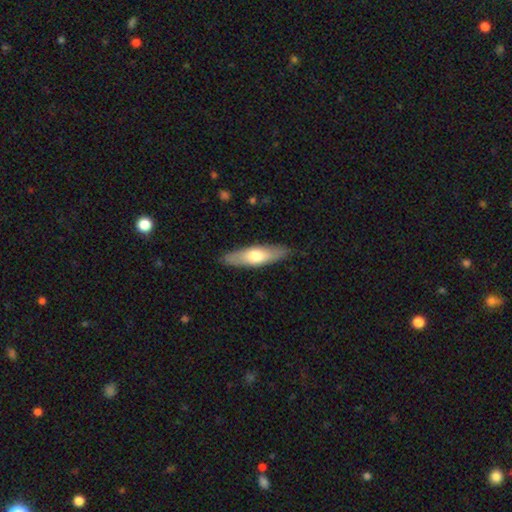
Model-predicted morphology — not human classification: This is possibly a smooth galaxy (59%). How rounded: likely cigar-shaped (61%). Merging: clearly none (87%).